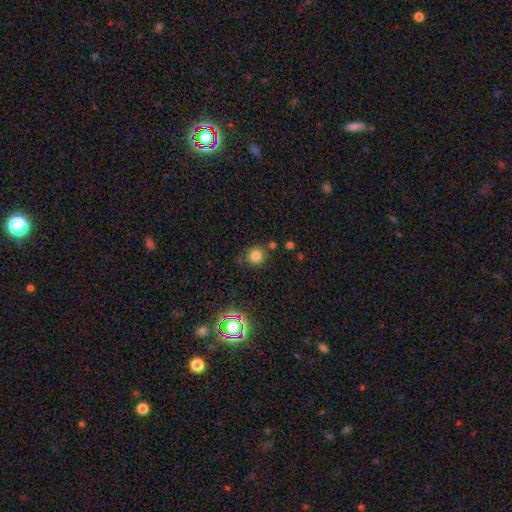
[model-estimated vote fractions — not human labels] Smooth or featured? smooth (79%)
How rounded? round (93%)
Merging? none (82%)